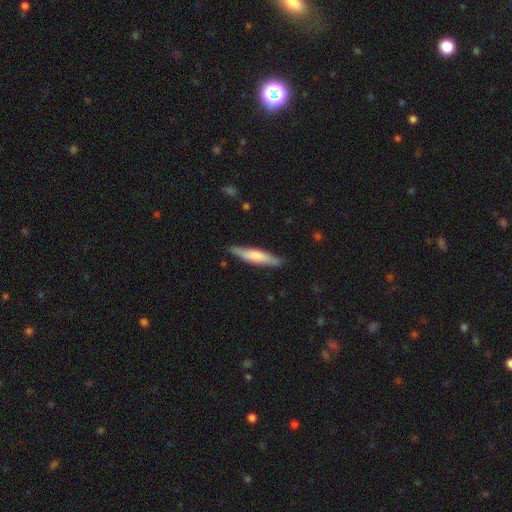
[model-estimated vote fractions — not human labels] Smooth or featured? Predicted: smooth (p=0.61). How rounded? Predicted: cigar-shaped (p=0.84). Merging? Predicted: none (p=0.84).